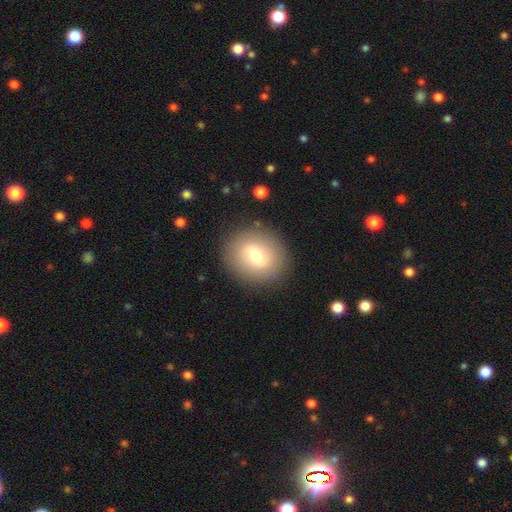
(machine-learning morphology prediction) smooth-or-featured: smooth: 71% | featured or disk: 20% | star or artifact: 9%
  how-rounded: round: 69% | in between: 30% | cigar-shaped: 1%
  merging: none: 87% | minor disturbance: 8% | major disturbance: 3% | merger: 1%